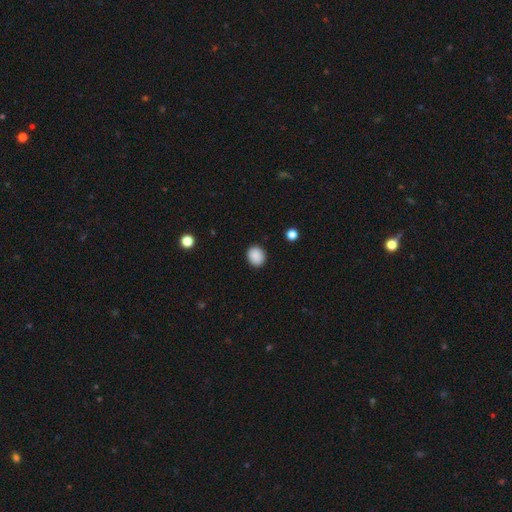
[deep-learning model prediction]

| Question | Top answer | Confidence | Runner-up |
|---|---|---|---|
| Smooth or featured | smooth | 89% | star or artifact (9%) |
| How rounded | round | 63% | in between (36%) |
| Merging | none | 90% | minor disturbance (7%) |